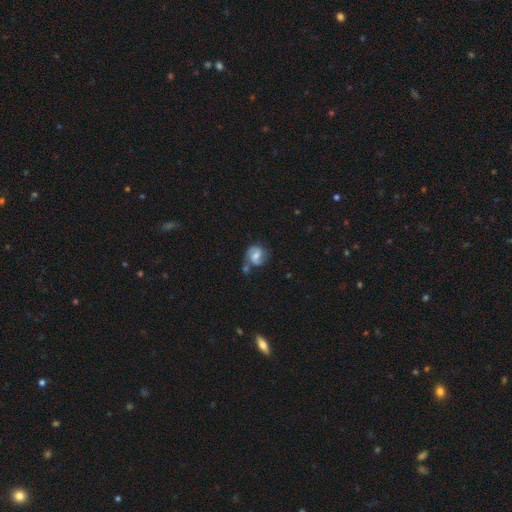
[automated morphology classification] featured or disk 68%, smooth 24%, star or artifact 7%. Down the decision tree: edge-on disk — no (98%); bar — weak (51%); spiral arms — yes (92%); spiral arm count — 2 (85%); spiral winding — medium (50%); bulge size — moderate (53%); merging — none (55%).